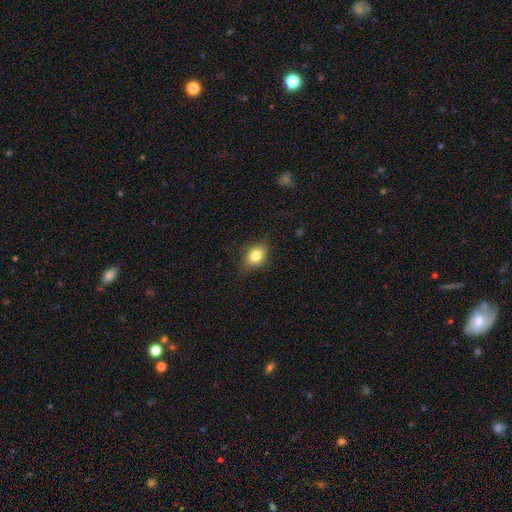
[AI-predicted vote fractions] This is likely a smooth galaxy (80%). How rounded: likely in between (61%). Merging: likely none (78%).